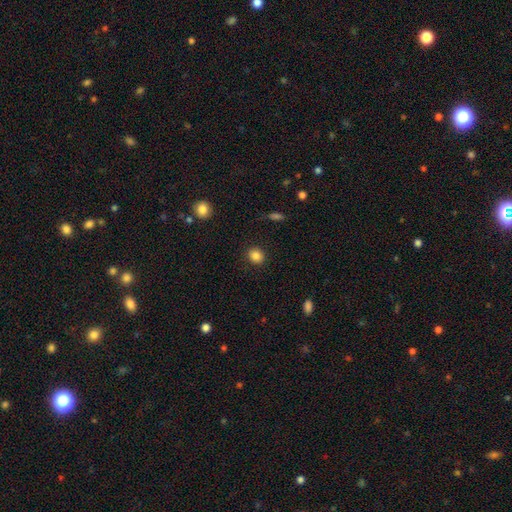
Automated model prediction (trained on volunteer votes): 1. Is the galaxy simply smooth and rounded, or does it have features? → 85% smooth, 10% star or artifact, 5% featured or disk.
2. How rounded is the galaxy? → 69% round, 30% in between, 1% cigar-shaped.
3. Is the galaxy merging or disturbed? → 89% none, 7% minor disturbance, 3% major disturbance, 1% merger.